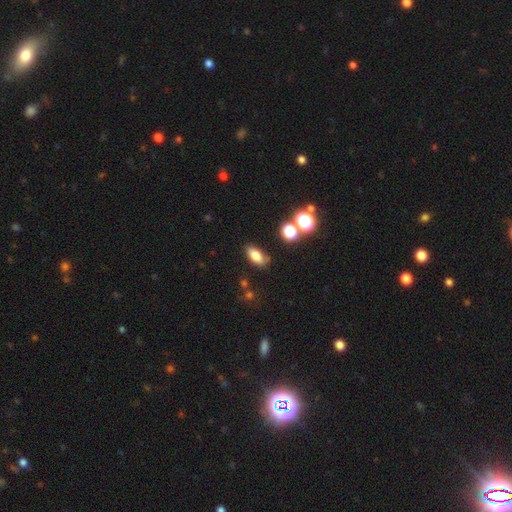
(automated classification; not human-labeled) Overall: smooth (78%). How rounded: in between (82%). Merging: none (78%).